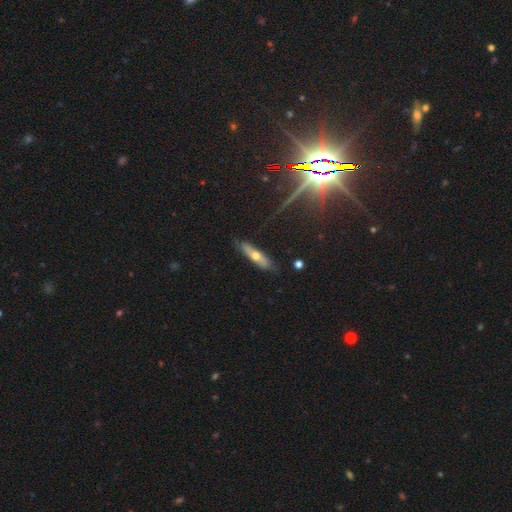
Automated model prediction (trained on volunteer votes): This appears to be a smooth galaxy with no disk features (49%). Merging: none (80%).